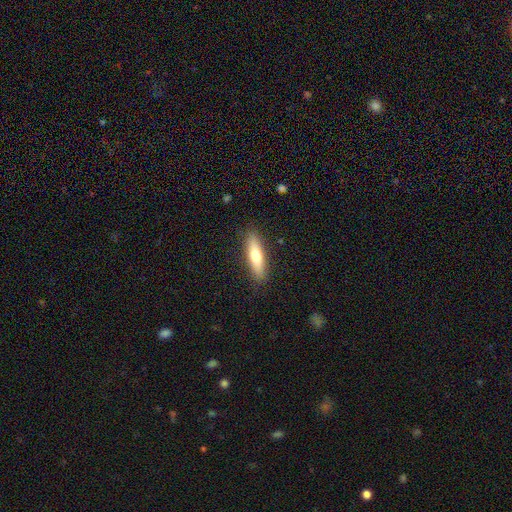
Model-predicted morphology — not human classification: Smooth or featured? Predicted: smooth (p=0.67). How rounded? Predicted: cigar-shaped (p=0.71). Merging? Predicted: none (p=0.88).